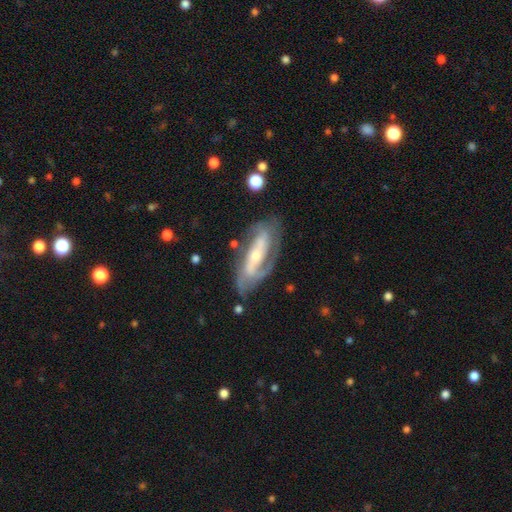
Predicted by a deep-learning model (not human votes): Smooth or featured: featured or disk — 85% (smooth — 10%)
Edge-on disk: no — 90% (yes — 10%)
Bar: strong — 41% (no — 31%)
Spiral arms: yes — 94% (no — 6%)
Spiral winding: tight — 43% (medium — 41%)
Spiral arm count: 2 — 70% (can't tell — 13%)
Bulge size: small — 54% (moderate — 40%)
Merging: none — 70% (minor disturbance — 18%)